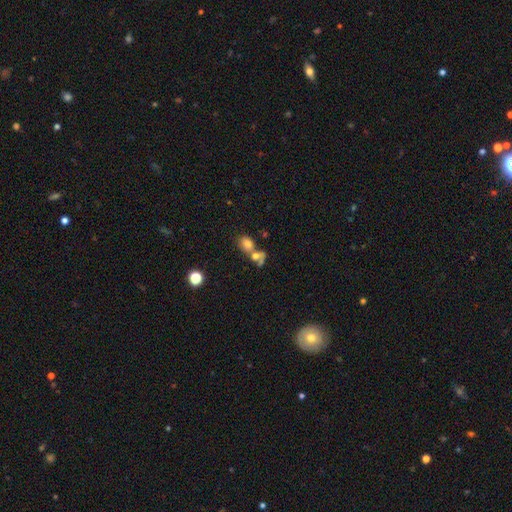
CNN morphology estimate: The model was most divided on "merging" (2-way tie): none: 43%, merger: 43%, minor disturbance: 9%, major disturbance: 5%. More confident: smooth or featured — smooth (58%); how rounded — round (52%).